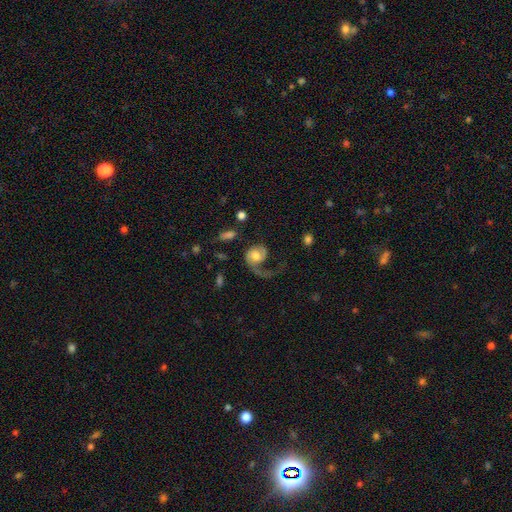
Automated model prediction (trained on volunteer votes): Morphology: type=featured or disk (71%); edge-on=no (98%); bar=no (69%); spiral arms=yes (91%); winding=loose (54%); arm count=1 (72%); bulge=moderate (57%); merging=major disturbance (48%).